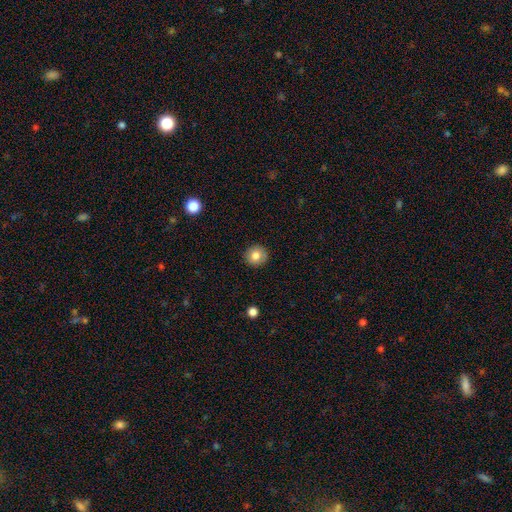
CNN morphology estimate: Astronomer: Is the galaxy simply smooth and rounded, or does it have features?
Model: smooth — 81%.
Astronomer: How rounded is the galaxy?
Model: round — 92%.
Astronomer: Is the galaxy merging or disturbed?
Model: none — 90%.